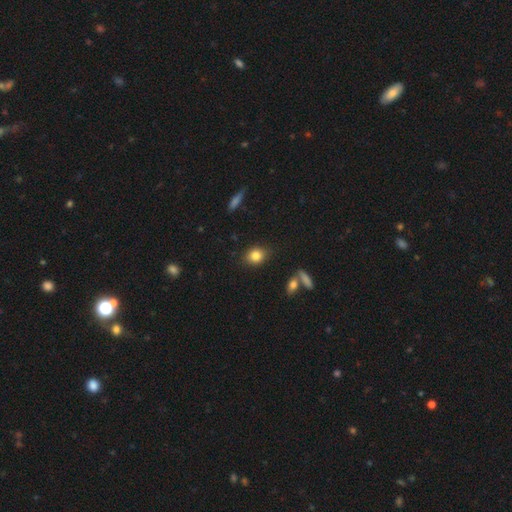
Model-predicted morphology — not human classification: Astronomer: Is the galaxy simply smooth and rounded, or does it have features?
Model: smooth — 82%.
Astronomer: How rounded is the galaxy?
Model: in between — 53% (runner-up: round, 45%).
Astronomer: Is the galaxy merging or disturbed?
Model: none — 83%.